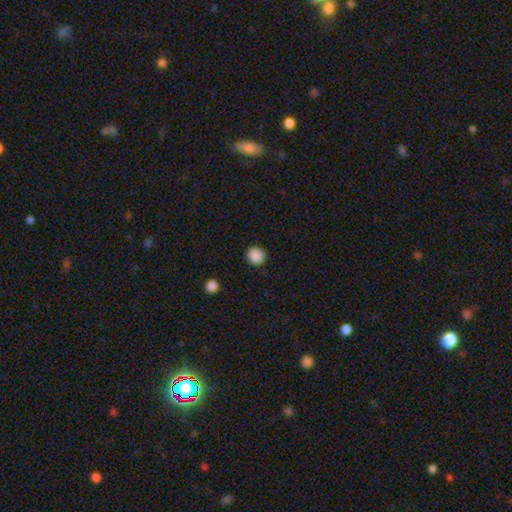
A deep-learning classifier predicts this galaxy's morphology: smooth-or-featured: smooth: 88% | star or artifact: 10% | featured or disk: 2%
  how-rounded: round: 93% | in between: 6% | cigar-shaped: 1%
  merging: none: 91% | minor disturbance: 6% | major disturbance: 2% | merger: 1%